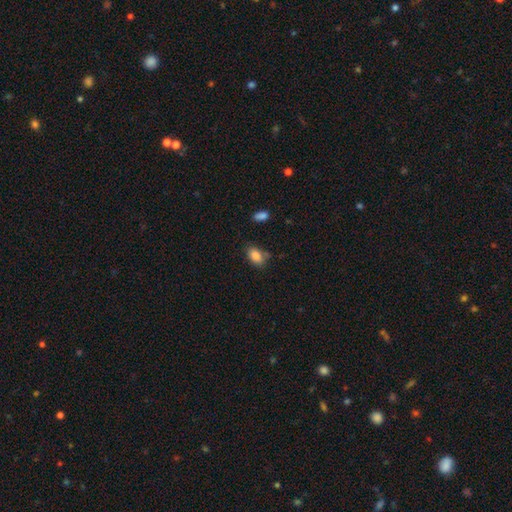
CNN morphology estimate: Q: Smooth or featured?
A: smooth (85%); runner-up: star or artifact (9%)
Q: How rounded?
A: in between (88%); runner-up: round (10%)
Q: Merging?
A: none (72%); runner-up: minor disturbance (19%)